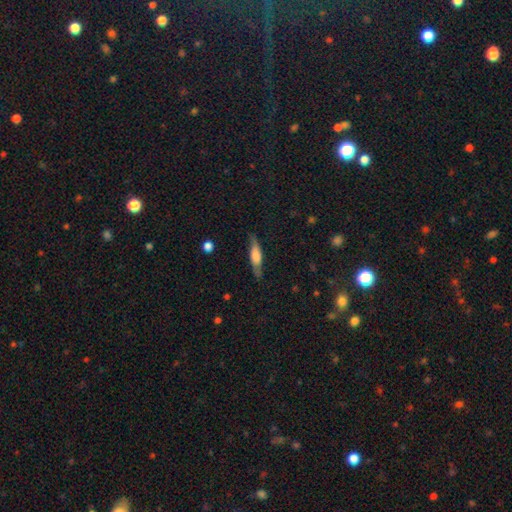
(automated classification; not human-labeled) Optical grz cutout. It shows a smooth galaxy with no disk features (51%) that is cigar-shaped (65%). Merging: none (76%).